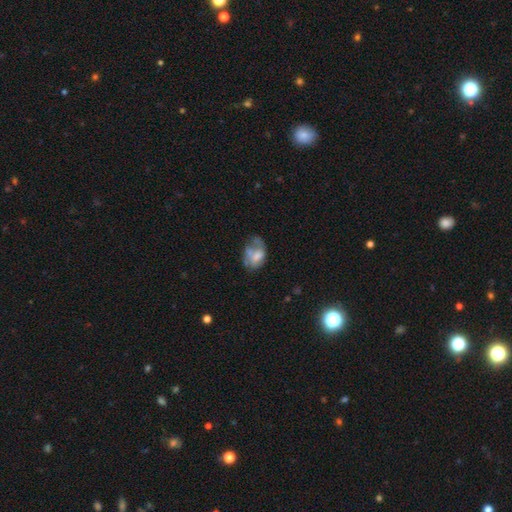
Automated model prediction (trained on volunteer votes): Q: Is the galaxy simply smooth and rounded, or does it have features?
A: smooth — 52%.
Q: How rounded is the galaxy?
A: in between — 79%.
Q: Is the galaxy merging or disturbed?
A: major disturbance — 31%.